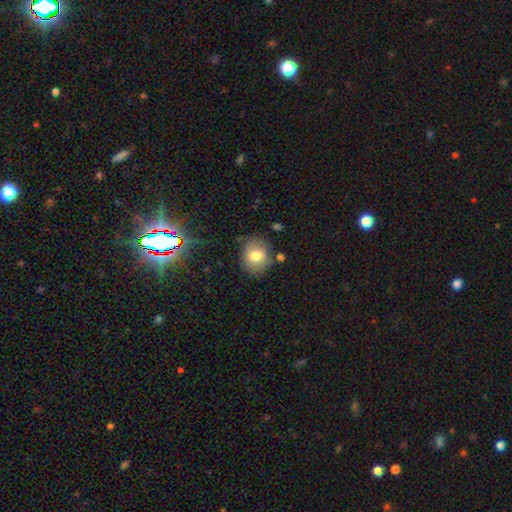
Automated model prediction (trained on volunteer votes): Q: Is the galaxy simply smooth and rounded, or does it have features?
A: smooth — 73%.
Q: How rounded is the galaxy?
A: round — 66%.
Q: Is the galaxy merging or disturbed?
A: none — 76%.